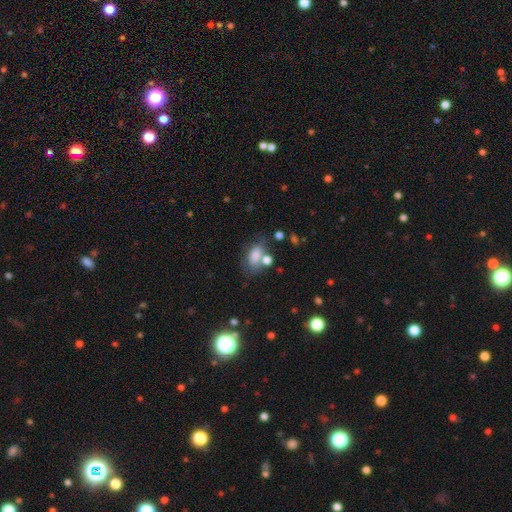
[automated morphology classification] smooth-or-featured: smooth: 79% | star or artifact: 10% | featured or disk: 10%
  how-rounded: in between: 85% | round: 12% | cigar-shaped: 3%
  merging: none: 48% | merger: 23% | minor disturbance: 19% | major disturbance: 10%